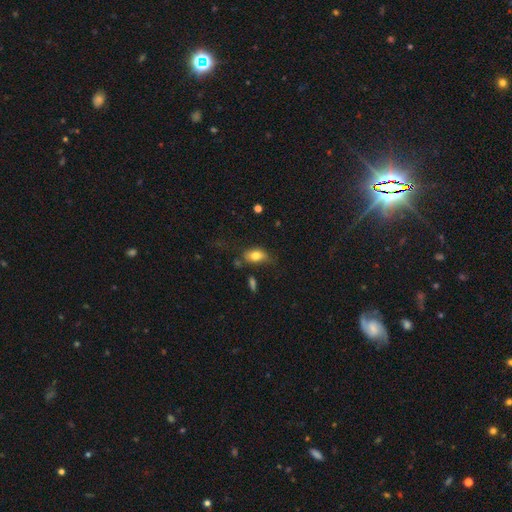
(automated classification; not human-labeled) Morphology: type=smooth (77%); roundness=in between (85%); merging=none (61%).